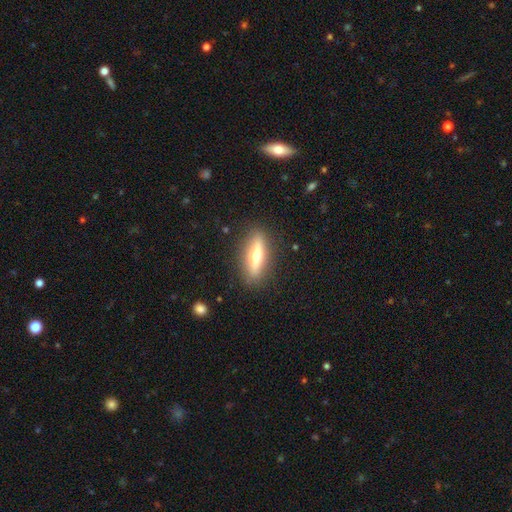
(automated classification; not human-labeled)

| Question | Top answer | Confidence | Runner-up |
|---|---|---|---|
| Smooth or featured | featured or disk | 52% | smooth (42%) |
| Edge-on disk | yes | 86% | no (14%) |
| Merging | none | 89% | minor disturbance (8%) |